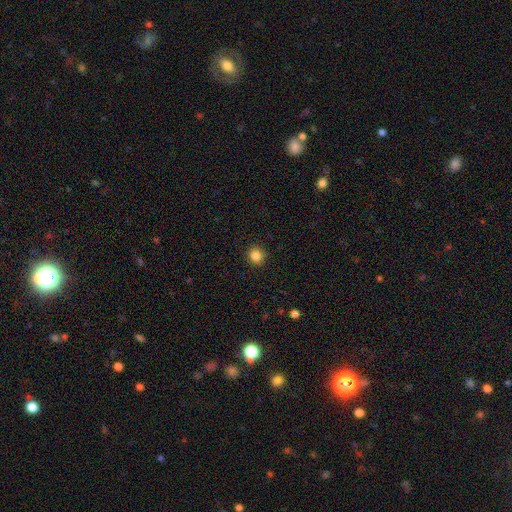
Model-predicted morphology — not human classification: The model was most divided on "smooth or featured": smooth: 85%, star or artifact: 11%, featured or disk: 4%. More confident: merging — none (92%); how rounded — round (90%).